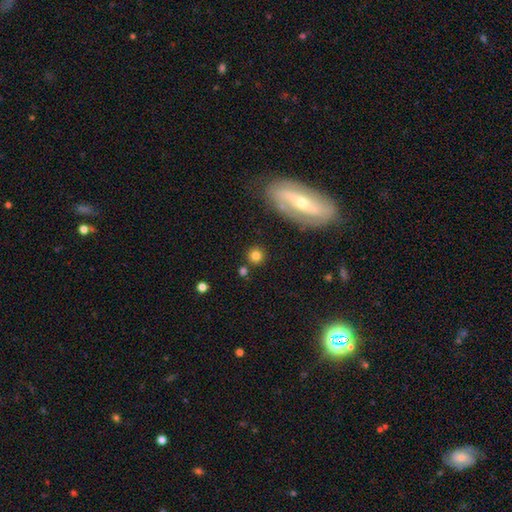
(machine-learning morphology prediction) Smooth or featured? Predicted: smooth (p=0.79). How rounded? Predicted: round (p=0.92). Merging? Predicted: none (p=0.83).